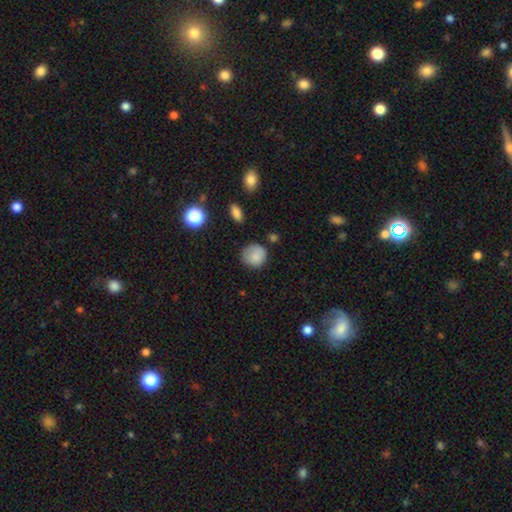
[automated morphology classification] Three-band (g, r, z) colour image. It shows a smooth galaxy with no disk features (84%) that is round (88%). Merging: none (74%).